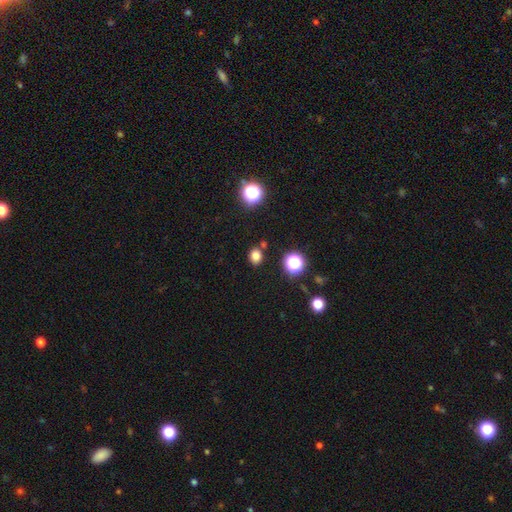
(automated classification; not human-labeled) A smooth galaxy with no disk features (77%) that is round (61%).

Vote fractions:
- Smooth or featured? smooth: 77% / star or artifact: 17% / featured or disk: 5%
- How rounded? round: 61% / in between: 38% / cigar-shaped: 1%
- Merging? none: 80% / minor disturbance: 10% / merger: 7% / major disturbance: 3%